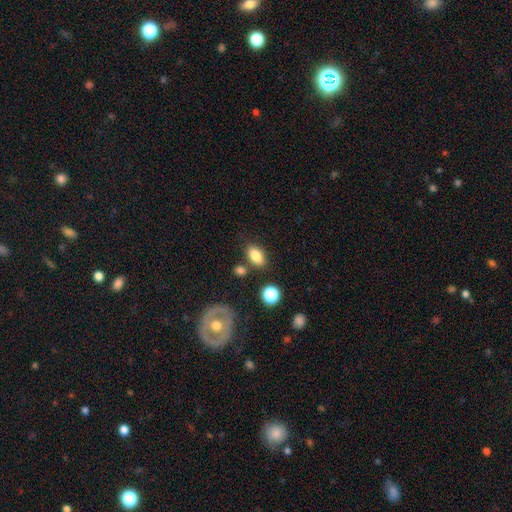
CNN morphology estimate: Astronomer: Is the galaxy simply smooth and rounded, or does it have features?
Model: smooth — 81%.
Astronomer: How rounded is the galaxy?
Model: in between — 85%.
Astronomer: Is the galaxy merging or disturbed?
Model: none — 74%.